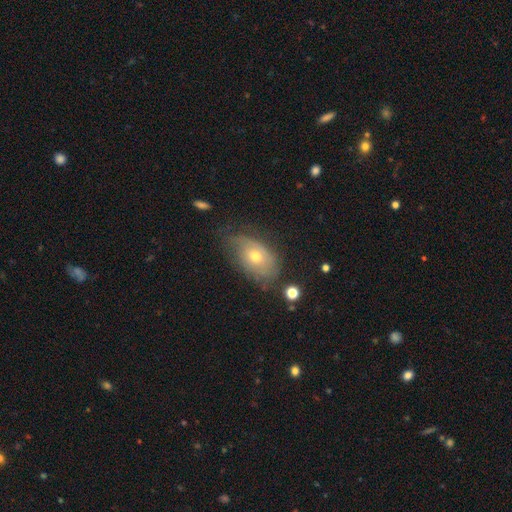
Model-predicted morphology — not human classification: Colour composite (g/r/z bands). It shows a smooth galaxy with no disk features (51%) that is in between round and cigar-shaped (84%). Merging: none (56%).